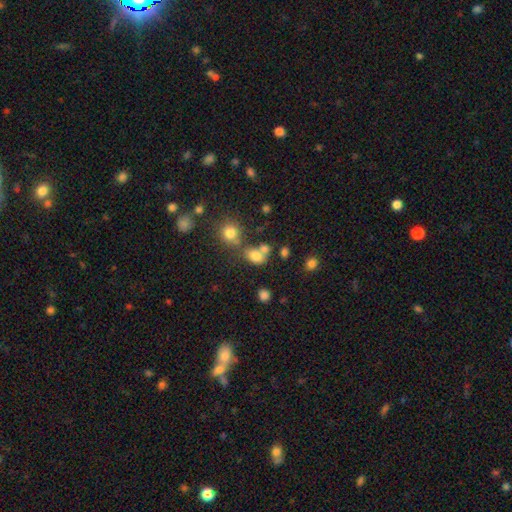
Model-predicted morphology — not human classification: A smooth galaxy with no disk features (75%) that is in between round and cigar-shaped (67%). Merging: none (44%).